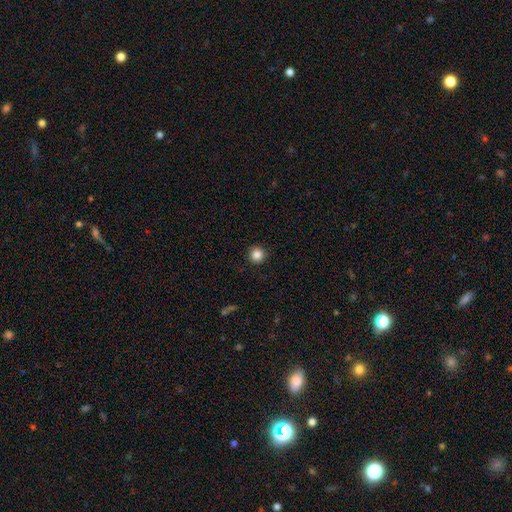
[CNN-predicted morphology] Q: Smooth or featured?
A: smooth (85%); runner-up: star or artifact (11%)
Q: How rounded?
A: round (95%); runner-up: in between (4%)
Q: Merging?
A: none (92%); runner-up: minor disturbance (6%)